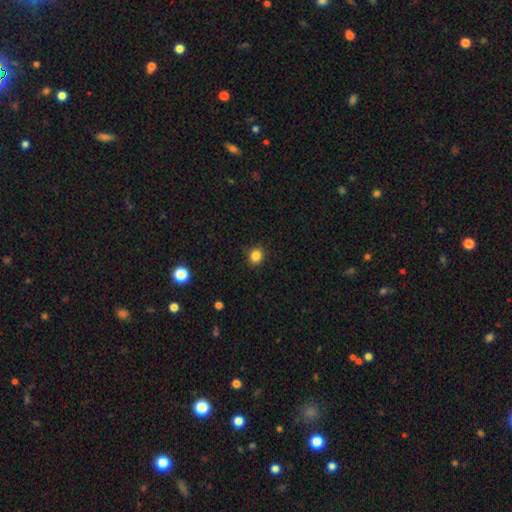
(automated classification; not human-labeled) smooth_or_featured: smooth (p=0.85) [alt: star or artifact p=0.11]
how_rounded: round (p=0.82) [alt: in between p=0.17]
merging: none (p=0.89) [alt: minor disturbance p=0.08]